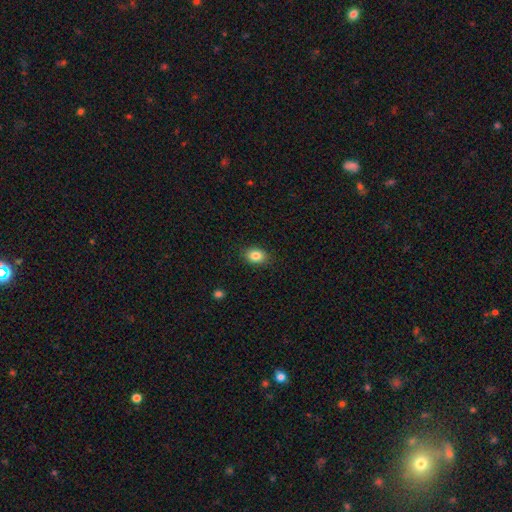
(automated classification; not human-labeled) Smooth or featured: smooth — 85% (star or artifact — 9%)
How rounded: in between — 75% (round — 23%)
Merging: none — 88% (minor disturbance — 9%)